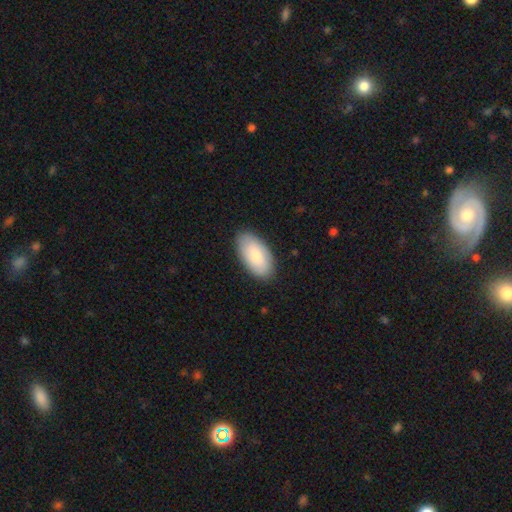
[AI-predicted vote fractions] A smooth galaxy with no disk features (80%) that is in between round and cigar-shaped (95%).

Vote fractions:
- Smooth or featured? smooth: 80% / featured or disk: 15% / star or artifact: 5%
- How rounded? in between: 95% / cigar-shaped: 2% / round: 2%
- Merging? none: 86% / minor disturbance: 11% / major disturbance: 2% / merger: 1%